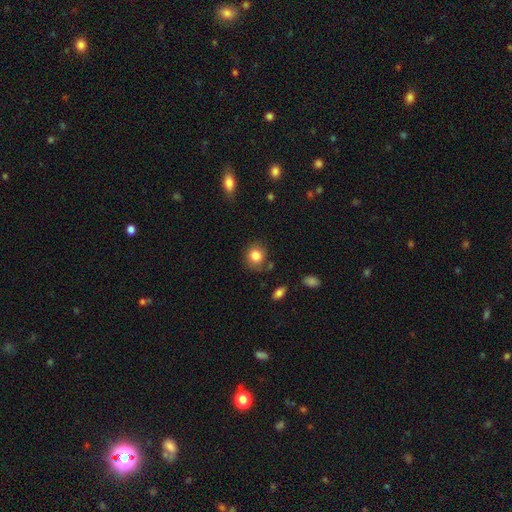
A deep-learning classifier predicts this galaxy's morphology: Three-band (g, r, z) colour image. It shows a smooth galaxy with no disk features (83%) that is round (80%). Merging: none (78%).